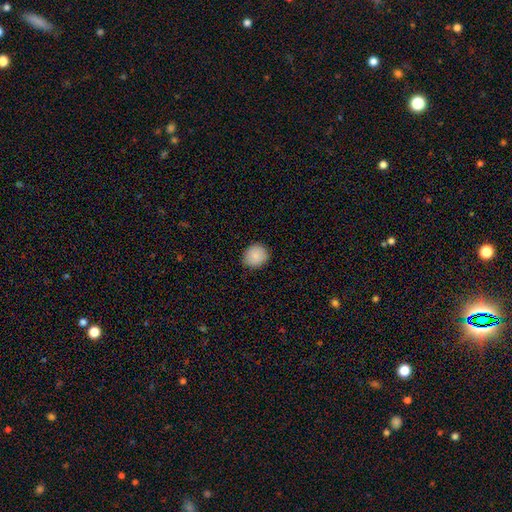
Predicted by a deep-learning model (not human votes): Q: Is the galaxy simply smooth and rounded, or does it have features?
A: smooth — 87%.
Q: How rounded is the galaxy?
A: round — 79%.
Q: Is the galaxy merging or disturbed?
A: none — 88%.